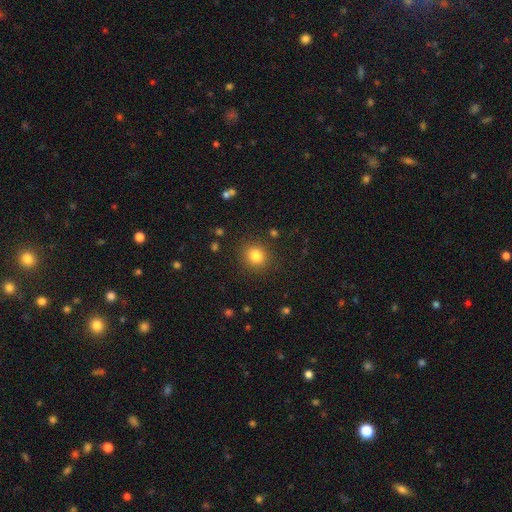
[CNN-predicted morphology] smooth 82%, star or artifact 12%, featured or disk 6%. Down the decision tree: how rounded — round (83%); merging — none (89%).